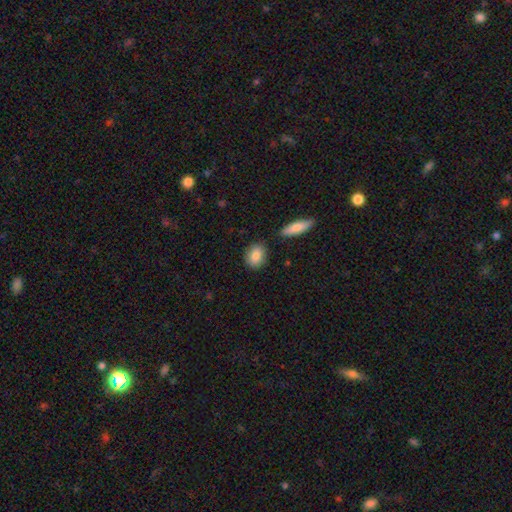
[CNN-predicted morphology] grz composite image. It shows a smooth galaxy with no disk features (85%) that is in between round and cigar-shaped (61%). Merging: none (82%).